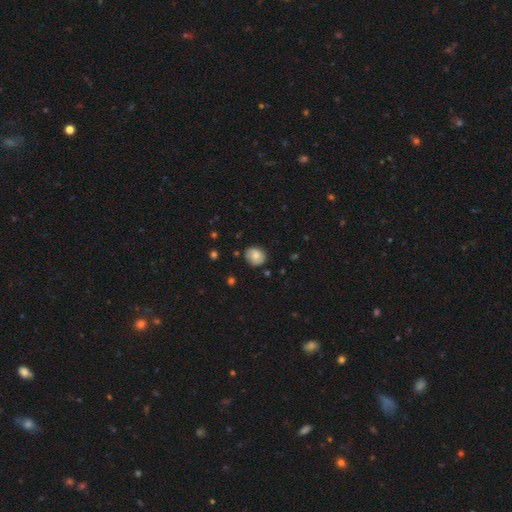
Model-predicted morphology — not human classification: This is likely a smooth galaxy (70%). How rounded: likely round (73%). Merging: likely none (77%).